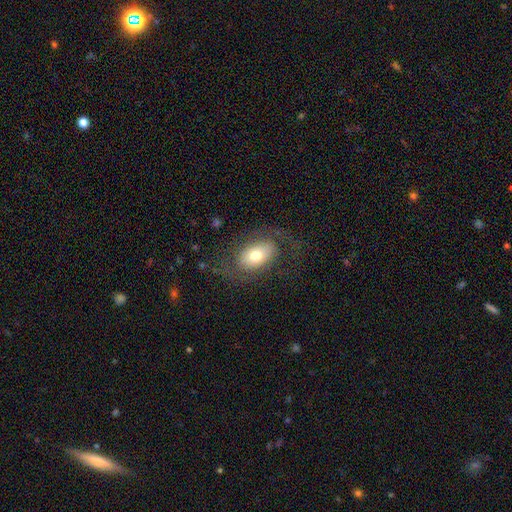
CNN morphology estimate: smooth 59%, featured or disk 33%, star or artifact 8%. Down the decision tree: how rounded — in between (88%); merging — none (66%).